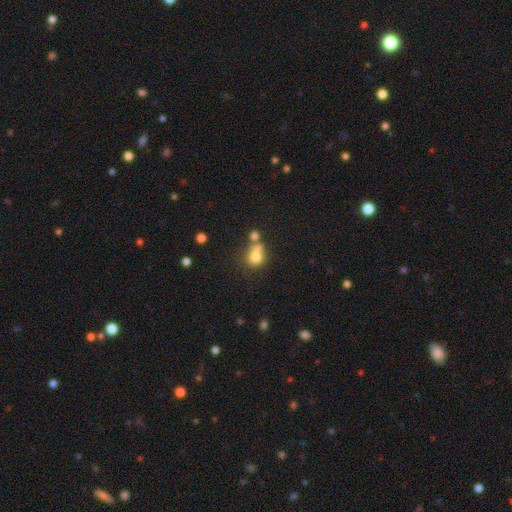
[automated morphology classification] Smooth or featured?
  - smooth: 77% *
  - featured or disk: 12%
  - star or artifact: 11%
How rounded?
  - round: 63% *
  - in between: 36%
  - cigar-shaped: 1%
Merging?
  - merger: 42% *
  - none: 35%
  - minor disturbance: 15%
  - major disturbance: 9%